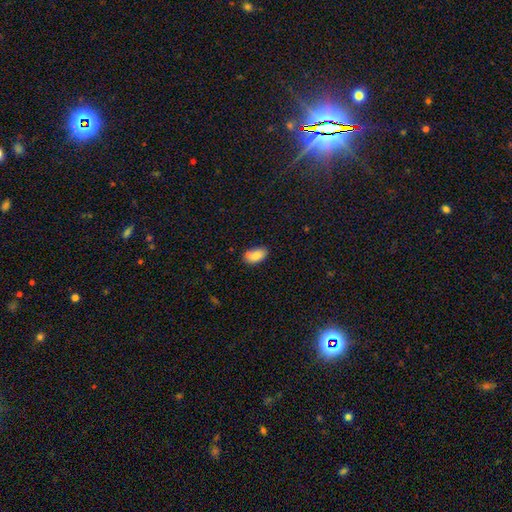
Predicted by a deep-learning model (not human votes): Q: Smooth or featured?
A: smooth (81%); runner-up: featured or disk (11%)
Q: How rounded?
A: in between (93%); runner-up: round (5%)
Q: Merging?
A: none (65%); runner-up: minor disturbance (21%)